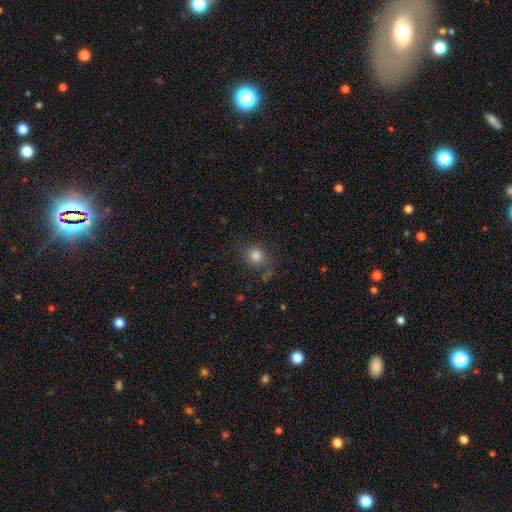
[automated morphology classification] Q: Smooth or featured?
A: smooth (81%); runner-up: star or artifact (13%)
Q: How rounded?
A: round (83%); runner-up: in between (16%)
Q: Merging?
A: none (78%); runner-up: minor disturbance (13%)